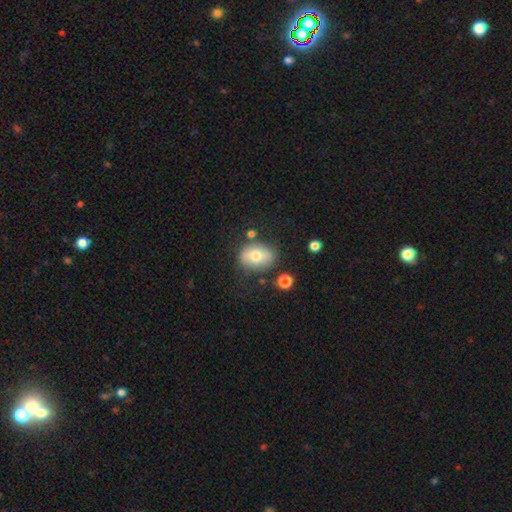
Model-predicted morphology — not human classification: smooth-or-featured: smooth: 65% | featured or disk: 27% | star or artifact: 8%
  how-rounded: in between: 59% | round: 39% | cigar-shaped: 2%
  merging: none: 74% | minor disturbance: 16% | major disturbance: 5% | merger: 5%